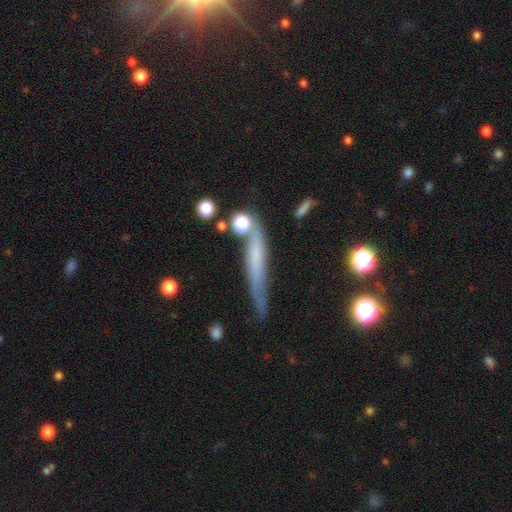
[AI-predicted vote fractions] Smooth or featured? Predicted: smooth (p=0.47). Merging? Predicted: none (p=0.62).